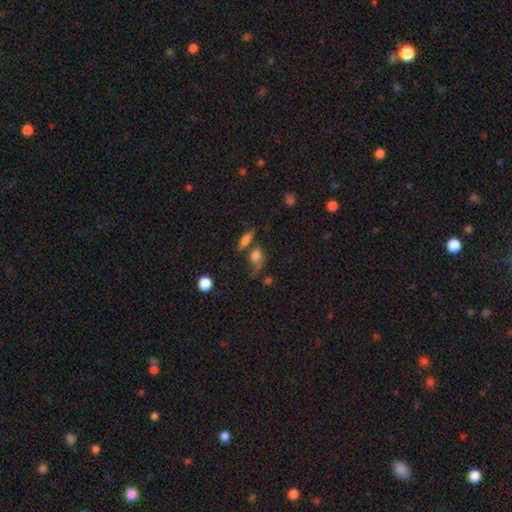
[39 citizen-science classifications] smooth 90%, featured or disk 8%, star or artifact 3%. Down the decision tree: how rounded — round (57%); merging — none (45%).